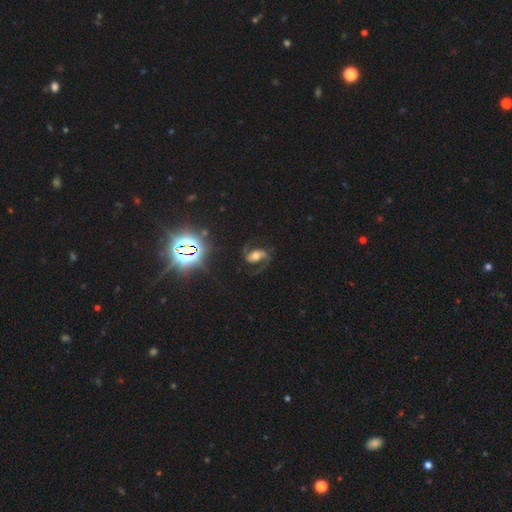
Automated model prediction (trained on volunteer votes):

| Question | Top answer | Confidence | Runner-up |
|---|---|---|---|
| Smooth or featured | featured or disk | 78% | star or artifact (12%) |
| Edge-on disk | no | 97% | yes (3%) |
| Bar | no | 42% | weak (31%) |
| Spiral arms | yes | 95% | no (5%) |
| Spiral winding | medium | 47% | loose (39%) |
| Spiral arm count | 2 | 86% | 1 (9%) |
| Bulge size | moderate | 63% | large (17%) |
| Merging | none | 67% | major disturbance (16%) |